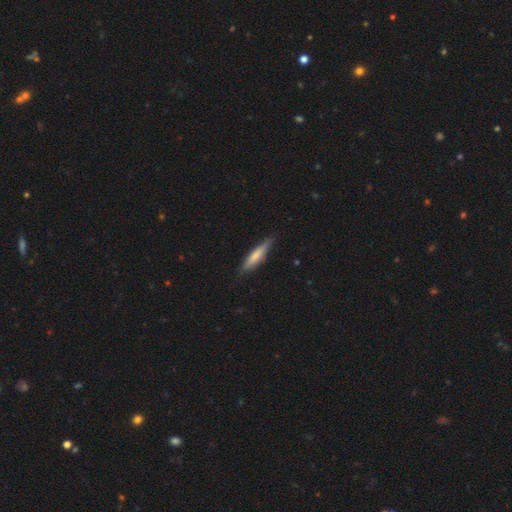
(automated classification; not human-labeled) Smooth or featured?
  - smooth: 61% *
  - featured or disk: 33%
  - star or artifact: 6%
How rounded?
  - cigar-shaped: 84% *
  - in between: 15%
  - round: 2%
Merging?
  - none: 80% *
  - minor disturbance: 16%
  - major disturbance: 3%
  - merger: 1%